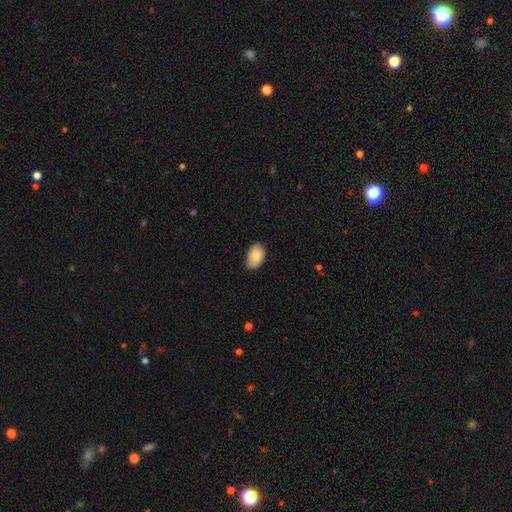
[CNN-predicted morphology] smooth-or-featured: smooth: 84% | featured or disk: 9% | star or artifact: 7%
  how-rounded: in between: 90% | round: 9% | cigar-shaped: 1%
  merging: none: 69% | minor disturbance: 27% | major disturbance: 3% | merger: 1%